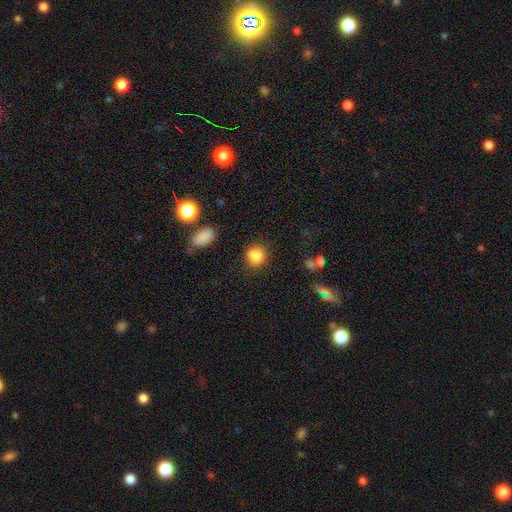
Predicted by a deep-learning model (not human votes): A smooth galaxy with no disk features (85%) that is round (70%).

Vote fractions:
- Smooth or featured? smooth: 85% / star or artifact: 11% / featured or disk: 5%
- How rounded? round: 70% / in between: 29% / cigar-shaped: 1%
- Merging? none: 71% / minor disturbance: 18% / major disturbance: 6% / merger: 5%